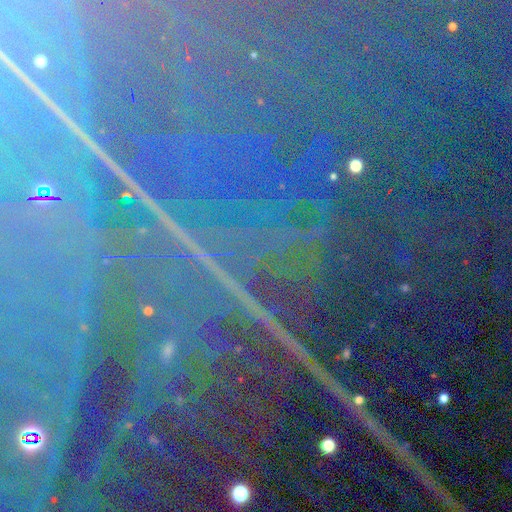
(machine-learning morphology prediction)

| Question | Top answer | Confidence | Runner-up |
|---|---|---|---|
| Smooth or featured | star or artifact | 87% | featured or disk (8%) |